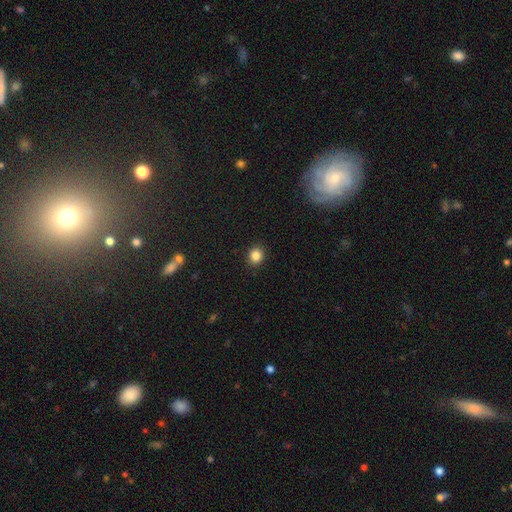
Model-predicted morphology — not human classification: Smooth or featured? Predicted: smooth (p=0.84). How rounded? Predicted: round (p=0.81). Merging? Predicted: none (p=0.91).